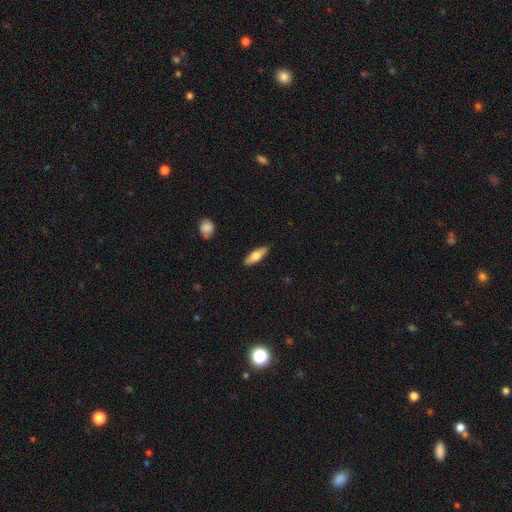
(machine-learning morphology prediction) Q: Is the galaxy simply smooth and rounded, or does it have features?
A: smooth — 67%.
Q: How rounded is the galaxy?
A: in between — 51%.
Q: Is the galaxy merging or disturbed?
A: none — 89%.